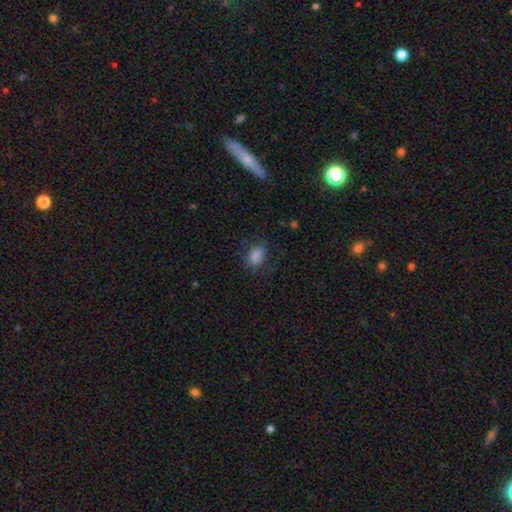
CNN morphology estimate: Smooth or featured? smooth (78%)
How rounded? in between (81%)
Merging? none (69%)